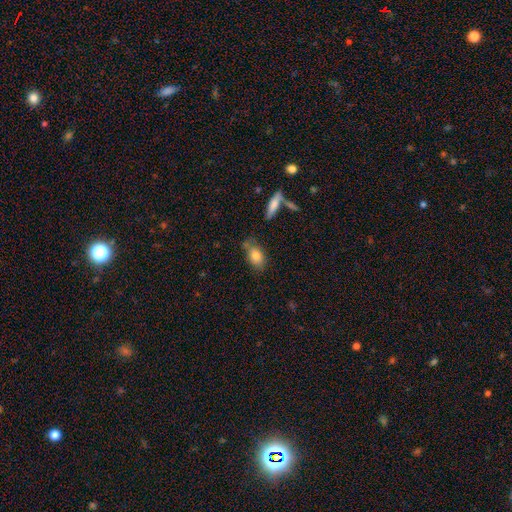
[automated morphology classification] smooth-or-featured: smooth: 80% | featured or disk: 12% | star or artifact: 8%
  how-rounded: in between: 84% | round: 12% | cigar-shaped: 4%
  merging: none: 60% | minor disturbance: 23% | merger: 11% | major disturbance: 7%